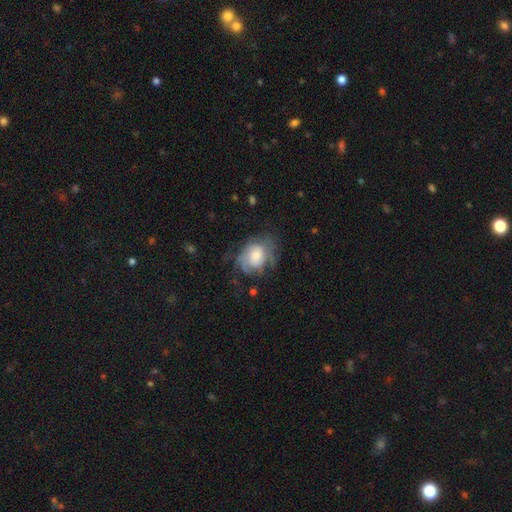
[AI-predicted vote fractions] Overall: featured or disk (54%; smooth 38%). Edge-on disk: no (96%). Bar: no (75%). Spiral arms: yes (75%). Bulge size: moderate (45%; large 24%). Merging: none (49%; minor disturbance 27%).